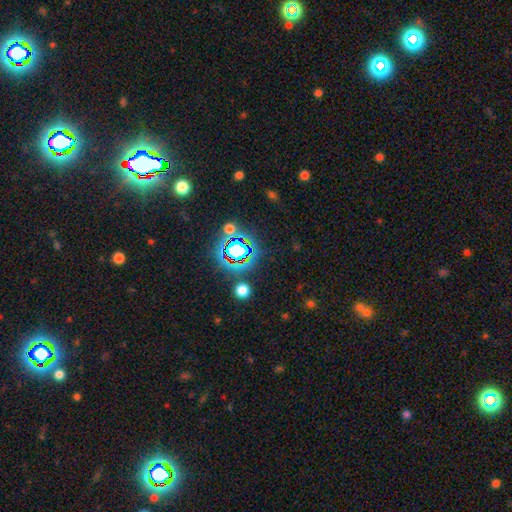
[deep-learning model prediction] Morphology: type=star or artifact (80%).